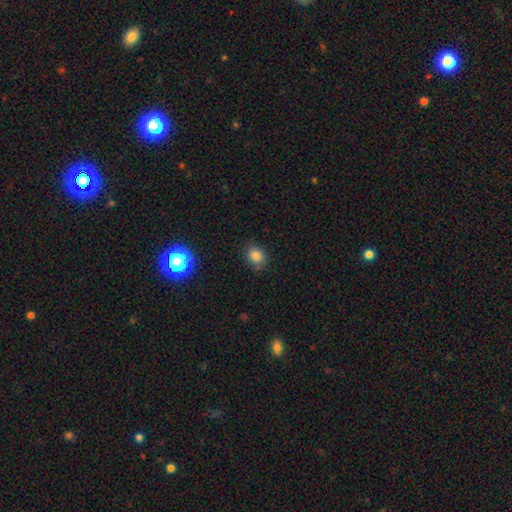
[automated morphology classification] Overall: smooth (82%). How rounded: in between (53%; round 46%). Merging: none (81%).